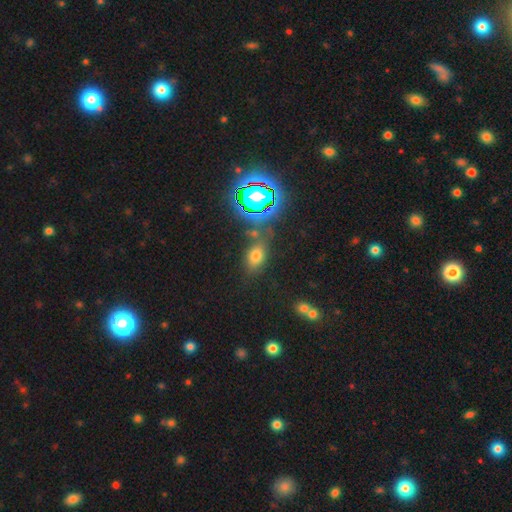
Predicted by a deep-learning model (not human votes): The model was most divided on "smooth or featured": smooth: 59%, star or artifact: 30%, featured or disk: 11%. More confident: how rounded — in between (76%); merging — none (70%).